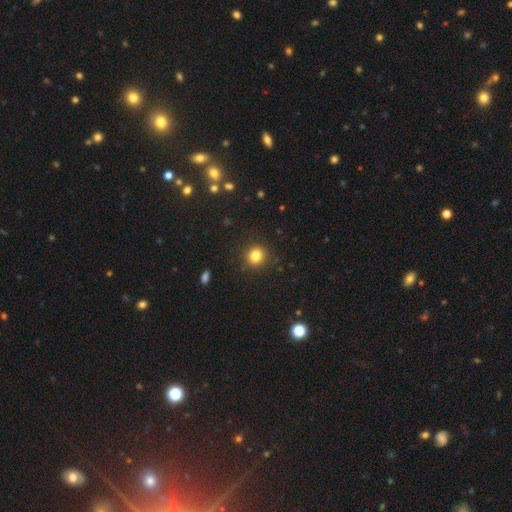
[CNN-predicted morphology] Smooth or featured?
  - smooth: 82% *
  - star or artifact: 12%
  - featured or disk: 5%
How rounded?
  - round: 90% *
  - in between: 9%
  - cigar-shaped: 1%
Merging?
  - none: 90% *
  - minor disturbance: 6%
  - major disturbance: 2%
  - merger: 1%